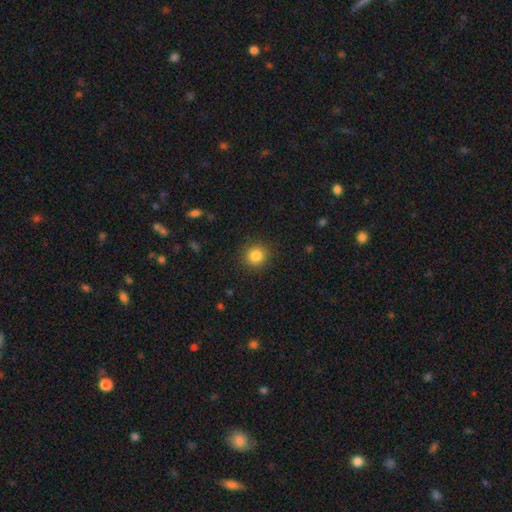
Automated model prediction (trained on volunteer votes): Smooth or featured: smooth — 84% (star or artifact — 11%)
How rounded: round — 92% (in between — 7%)
Merging: none — 90% (minor disturbance — 6%)